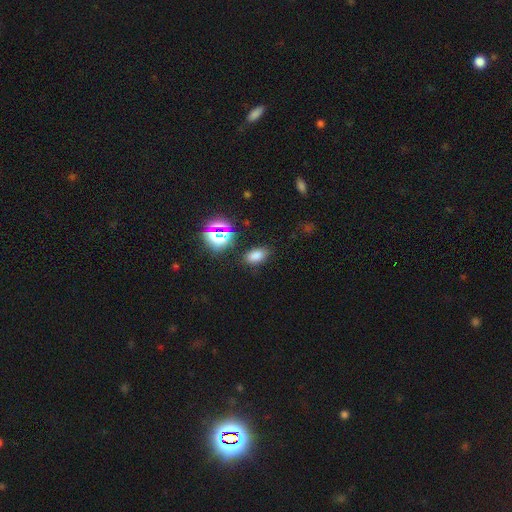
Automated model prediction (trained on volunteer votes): This appears to be a smooth galaxy with no disk features (72%) that is in between round and cigar-shaped (89%). Merging: none (83%).